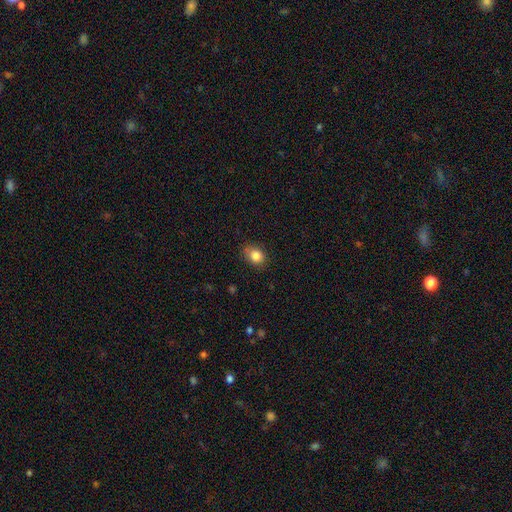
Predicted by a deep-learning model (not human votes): Smooth or featured? smooth (84%)
How rounded? in between (53%)
Merging? none (77%)